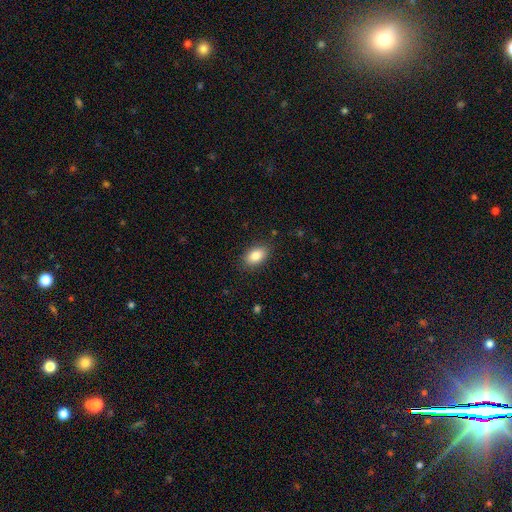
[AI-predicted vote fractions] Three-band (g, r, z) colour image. It shows a smooth galaxy with no disk features (85%) that is in between round and cigar-shaped (89%). Merging: none (85%).